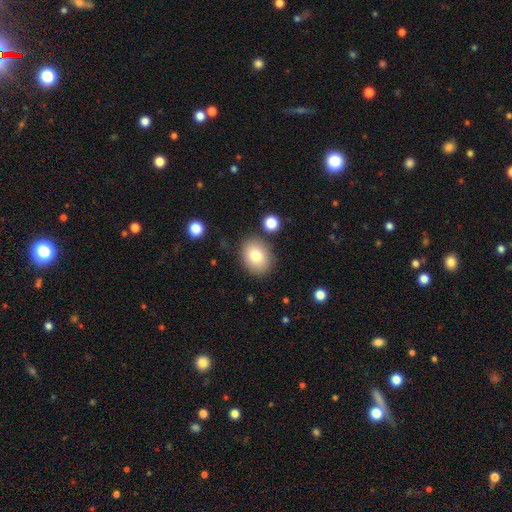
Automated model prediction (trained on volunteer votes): Smooth or featured? Predicted: smooth (p=0.80). How rounded? Predicted: in between (p=0.60). Merging? Predicted: none (p=0.82).